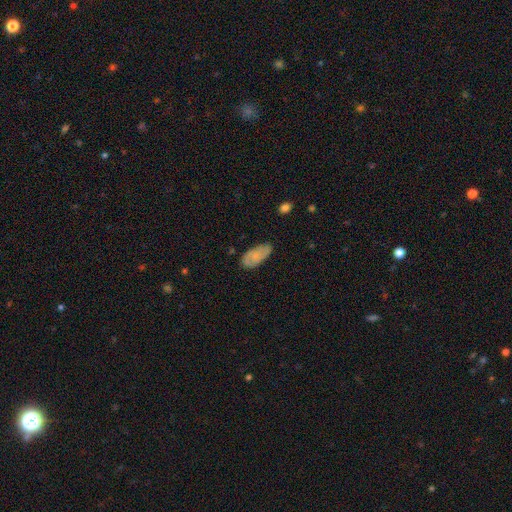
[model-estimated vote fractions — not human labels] smooth-or-featured: smooth: 65% | featured or disk: 28% | star or artifact: 7%
  how-rounded: in between: 91% | cigar-shaped: 6% | round: 3%
  merging: none: 70% | minor disturbance: 24% | major disturbance: 5% | merger: 2%